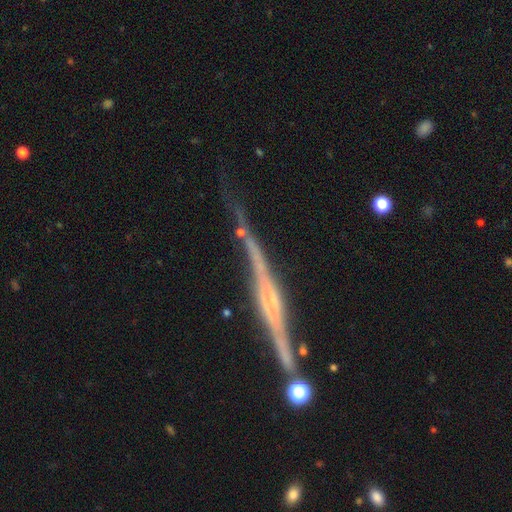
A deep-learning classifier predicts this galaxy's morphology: smooth_or_featured: featured or disk (p=0.81) [alt: smooth p=0.10]
disk_edge_on: yes (p=0.95) [alt: no p=0.05]
edge_on_bulge: rounded (p=0.51) [alt: boxy p=0.27]
merging: none (p=0.73) [alt: minor disturbance p=0.16]